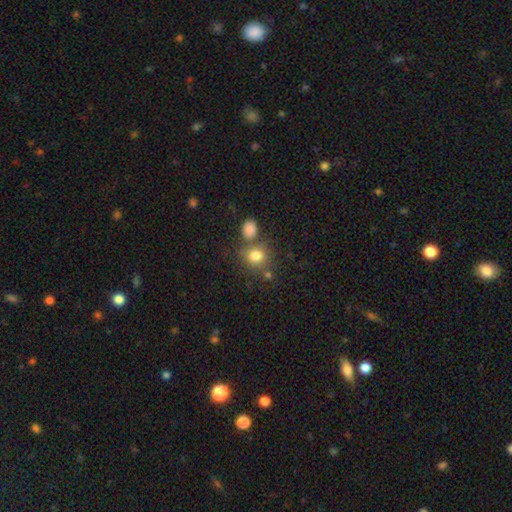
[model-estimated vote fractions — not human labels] Q: Smooth or featured?
A: smooth (79%); runner-up: star or artifact (12%)
Q: How rounded?
A: round (69%); runner-up: in between (30%)
Q: Merging?
A: none (61%); runner-up: merger (21%)